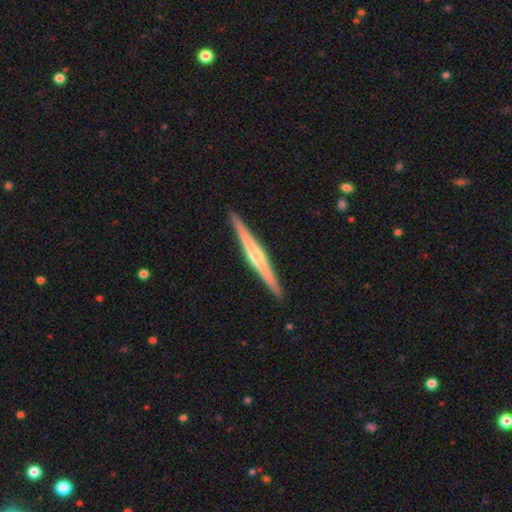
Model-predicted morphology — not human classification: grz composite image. It shows a featured or disk galaxy (76%) viewed edge-on (98%) with a rounded central bulge (74%). Merging: none (93%).